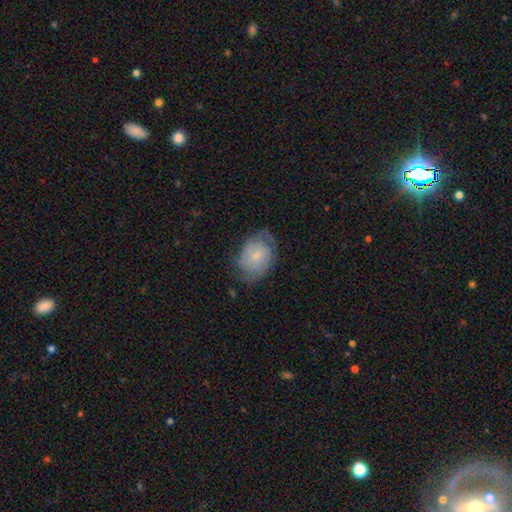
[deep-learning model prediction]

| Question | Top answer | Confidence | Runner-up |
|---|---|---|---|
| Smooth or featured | featured or disk | 56% | smooth (37%) |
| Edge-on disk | no | 97% | yes (3%) |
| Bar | no | 71% | weak (25%) |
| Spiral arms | yes | 86% | no (14%) |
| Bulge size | small | 66% | moderate (23%) |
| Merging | none | 64% | minor disturbance (25%) |